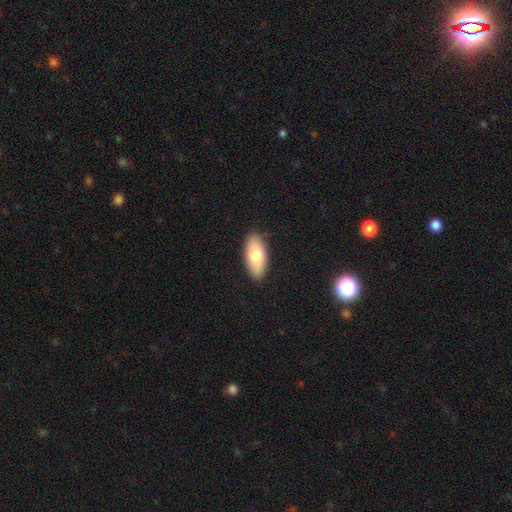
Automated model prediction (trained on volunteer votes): smooth-or-featured: smooth: 76% | featured or disk: 18% | star or artifact: 6%
  how-rounded: in between: 87% | cigar-shaped: 11% | round: 3%
  merging: none: 89% | minor disturbance: 8% | major disturbance: 2% | merger: 1%